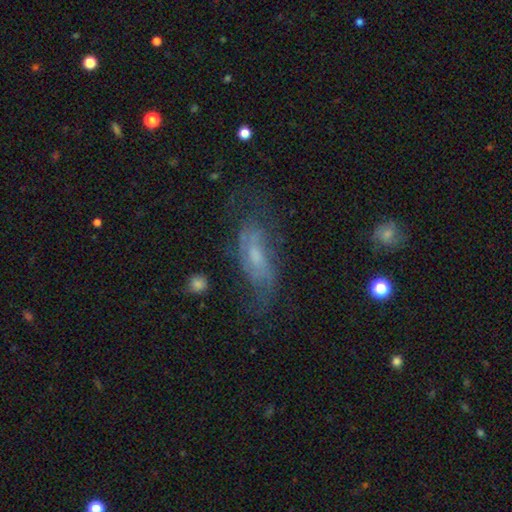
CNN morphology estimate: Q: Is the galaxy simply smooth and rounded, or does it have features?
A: featured or disk — 60%.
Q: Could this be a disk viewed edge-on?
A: no — 85%.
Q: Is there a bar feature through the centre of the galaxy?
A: no — 53%.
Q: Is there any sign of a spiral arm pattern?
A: yes — 73%.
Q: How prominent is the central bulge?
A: small — 47%.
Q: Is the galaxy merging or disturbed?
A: none — 54%.